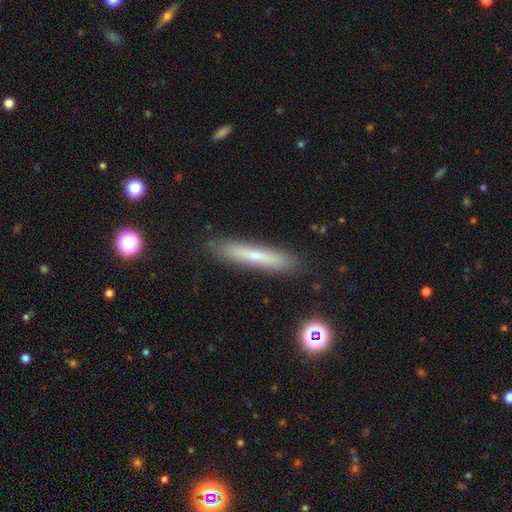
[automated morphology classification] A smooth galaxy with no disk features (53%) that is cigar-shaped (92%). Merging: none (87%).